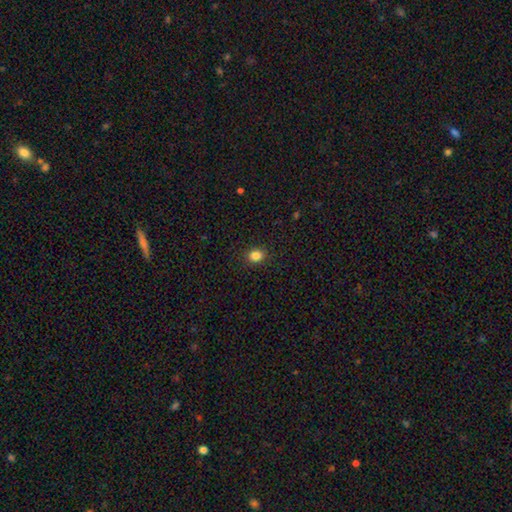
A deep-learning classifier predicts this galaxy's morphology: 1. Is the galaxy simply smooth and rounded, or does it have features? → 84% smooth, 12% star or artifact, 4% featured or disk.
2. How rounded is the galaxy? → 62% round, 37% in between, 1% cigar-shaped.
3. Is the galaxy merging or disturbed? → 89% none, 8% minor disturbance, 2% major disturbance, 1% merger.